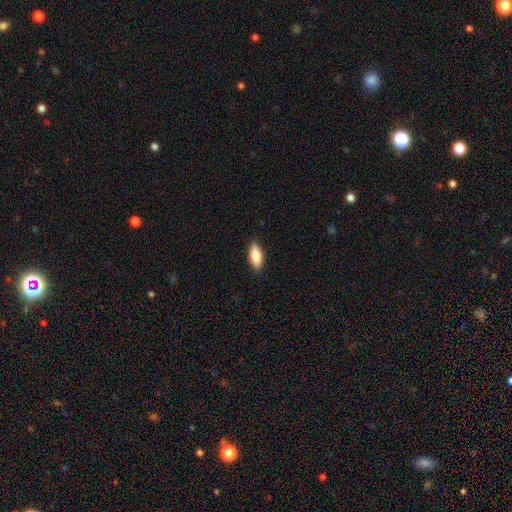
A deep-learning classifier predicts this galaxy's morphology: Overall: smooth (84%). How rounded: in between (74%). Merging: none (88%).